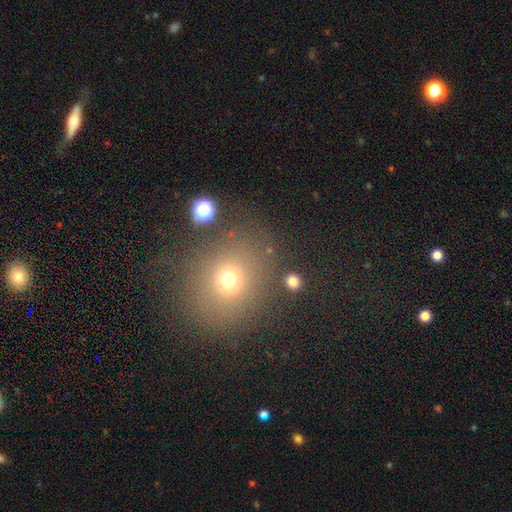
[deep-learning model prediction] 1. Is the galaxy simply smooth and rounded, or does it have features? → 61% smooth, 27% star or artifact, 12% featured or disk.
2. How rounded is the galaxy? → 79% round, 20% in between, 1% cigar-shaped.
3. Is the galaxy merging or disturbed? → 81% none, 10% minor disturbance, 5% major disturbance, 4% merger.